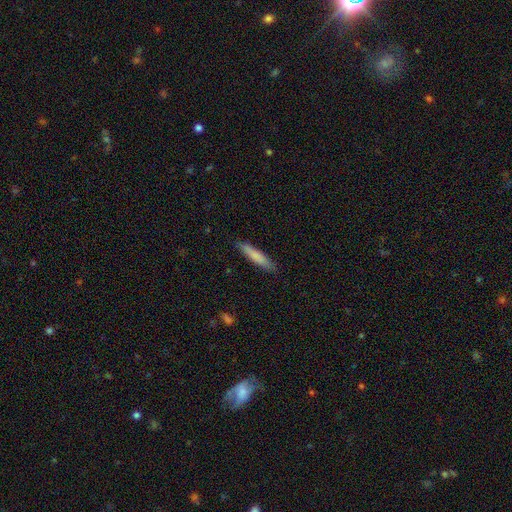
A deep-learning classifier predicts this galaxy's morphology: Smooth or featured?
  - smooth: 78% *
  - featured or disk: 16%
  - star or artifact: 6%
How rounded?
  - cigar-shaped: 90% *
  - in between: 9%
  - round: 1%
Merging?
  - none: 87% *
  - minor disturbance: 10%
  - major disturbance: 2%
  - merger: 1%